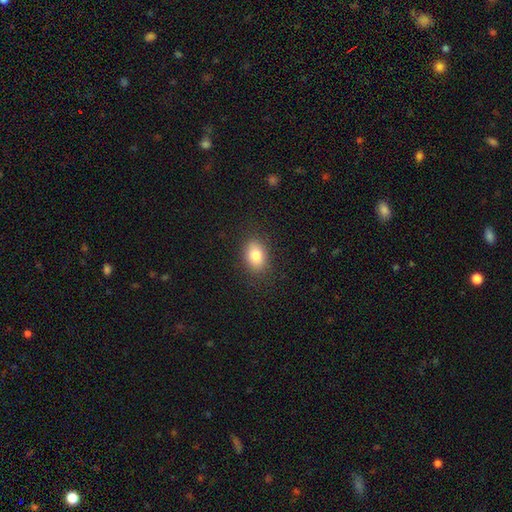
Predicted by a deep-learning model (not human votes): A smooth galaxy with no disk features (81%) that is in between round and cigar-shaped (76%).

Vote fractions:
- Smooth or featured? smooth: 81% / featured or disk: 10% / star or artifact: 9%
- How rounded? in between: 76% / round: 23% / cigar-shaped: 1%
- Merging? none: 86% / minor disturbance: 10% / major disturbance: 3% / merger: 1%